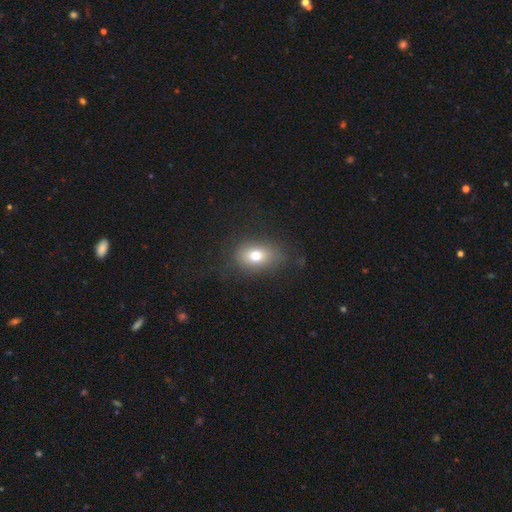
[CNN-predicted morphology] Smooth or featured? Predicted: smooth (p=0.73). How rounded? Predicted: in between (p=0.68). Merging? Predicted: none (p=0.75).